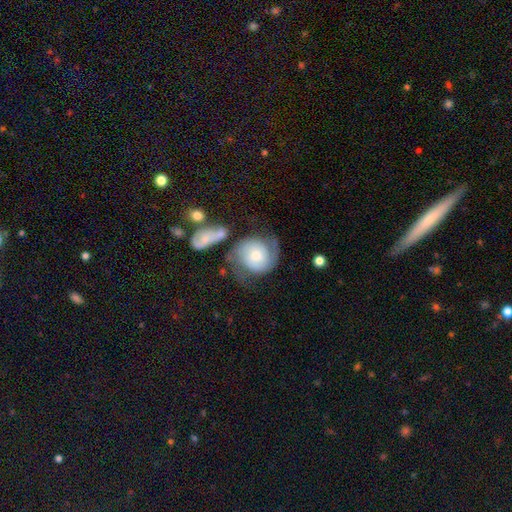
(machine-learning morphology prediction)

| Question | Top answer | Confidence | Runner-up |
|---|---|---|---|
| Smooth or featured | featured or disk | 73% | smooth (22%) |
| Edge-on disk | no | 98% | yes (2%) |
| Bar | no | 71% | weak (25%) |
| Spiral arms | yes | 93% | no (7%) |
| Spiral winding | tight | 46% | medium (40%) |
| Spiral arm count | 2 | 82% | can't tell (9%) |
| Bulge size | moderate | 56% | small (27%) |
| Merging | none | 54% | minor disturbance (22%) |